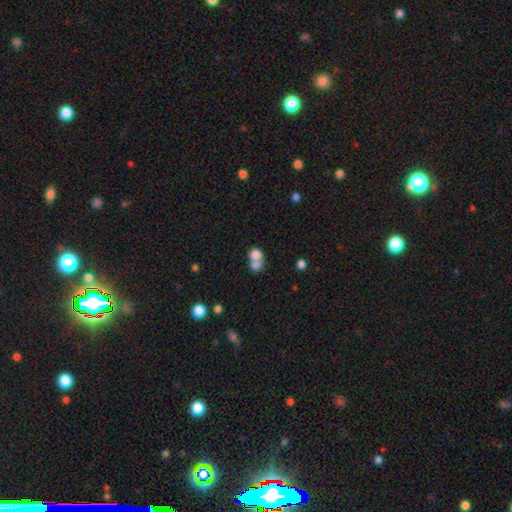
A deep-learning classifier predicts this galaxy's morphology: Overall: smooth (76%). How rounded: round (64%; in between 35%). Merging: merger (65%).